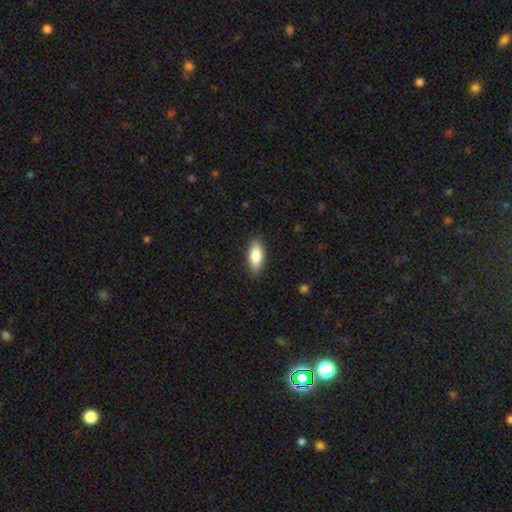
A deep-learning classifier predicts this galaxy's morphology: This is clearly a smooth galaxy (83%). How rounded: clearly in between (83%). Merging: clearly none (88%).